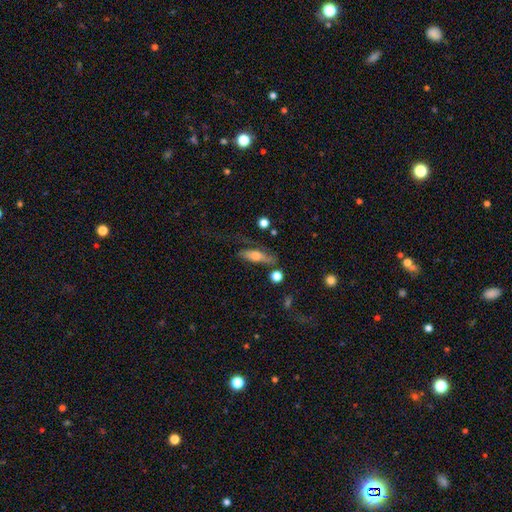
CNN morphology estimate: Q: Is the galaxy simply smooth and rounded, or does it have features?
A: smooth — 57%.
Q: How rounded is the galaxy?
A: in between — 51%.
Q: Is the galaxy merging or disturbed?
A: none — 58%.